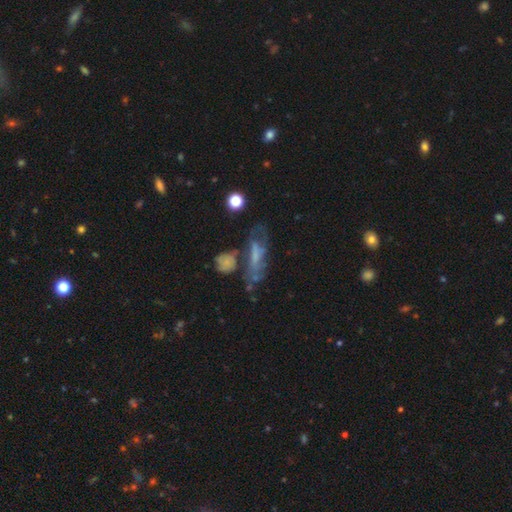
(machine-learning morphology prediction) smooth_or_featured: featured or disk (p=0.53) [alt: smooth p=0.33]
disk_edge_on: no (p=0.77) [alt: yes p=0.23]
merging: none (p=0.47) [alt: minor disturbance p=0.20]